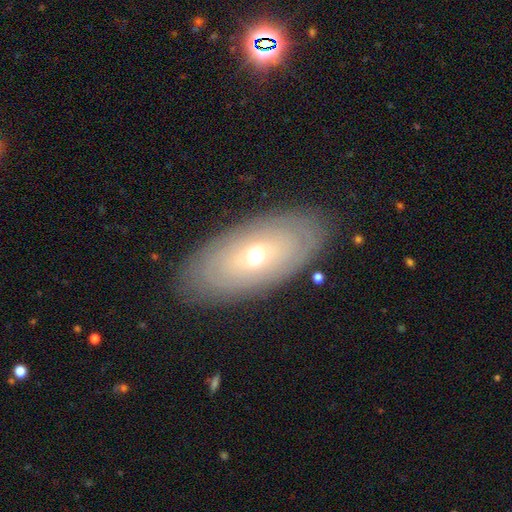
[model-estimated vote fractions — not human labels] Q: Smooth or featured?
A: featured or disk (57%); runner-up: smooth (35%)
Q: Edge-on disk?
A: no (85%); runner-up: yes (15%)
Q: Merging?
A: none (83%); runner-up: minor disturbance (11%)